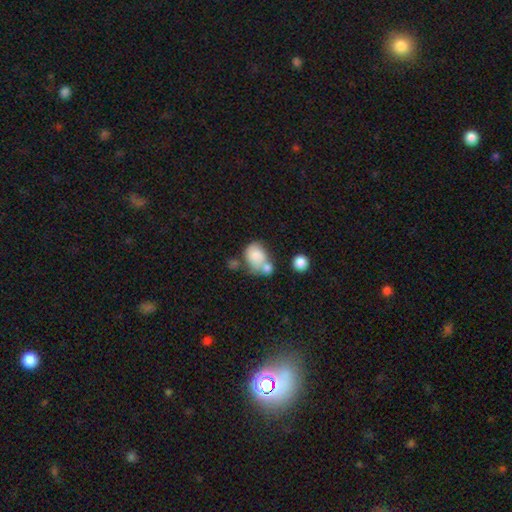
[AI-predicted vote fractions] Smooth or featured: smooth — 75% (featured or disk — 17%)
How rounded: in between — 63% (round — 36%)
Merging: merger — 47% (none — 29%)